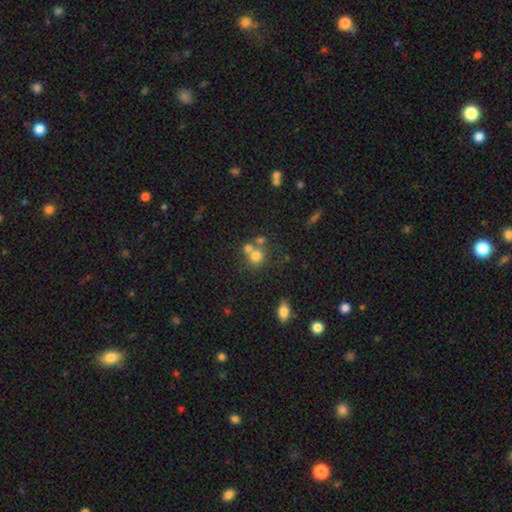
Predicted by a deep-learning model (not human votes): smooth-or-featured: smooth: 72% | star or artifact: 14% | featured or disk: 14%
  how-rounded: round: 81% | in between: 18% | cigar-shaped: 1%
  merging: none: 45% | merger: 42% | minor disturbance: 9% | major disturbance: 4%